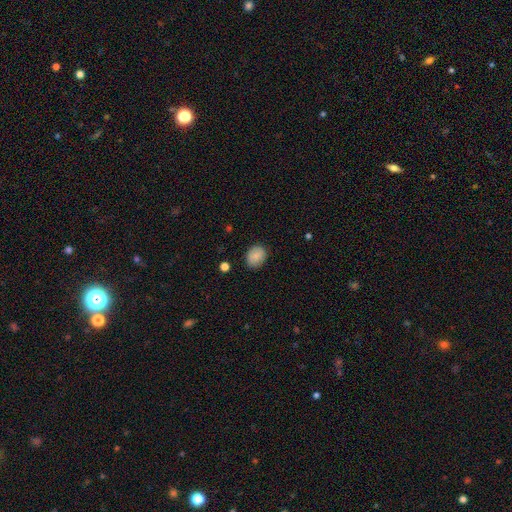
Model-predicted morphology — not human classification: A smooth galaxy with no disk features (83%) that is round (55%). Merging: none (85%).